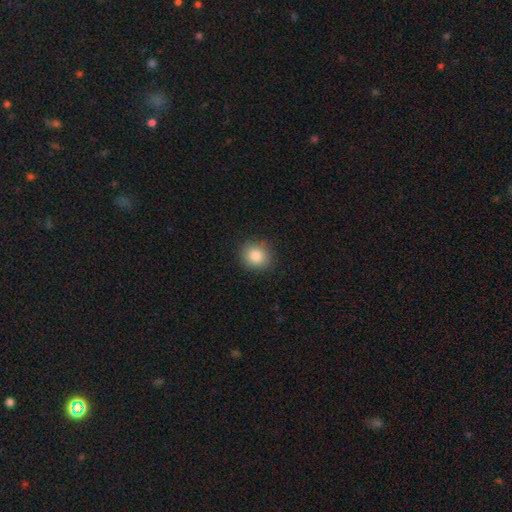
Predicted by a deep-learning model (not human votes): smooth-or-featured: smooth: 86% | star or artifact: 9% | featured or disk: 5%
  how-rounded: round: 84% | in between: 15% | cigar-shaped: 1%
  merging: none: 86% | minor disturbance: 10% | major disturbance: 3% | merger: 1%